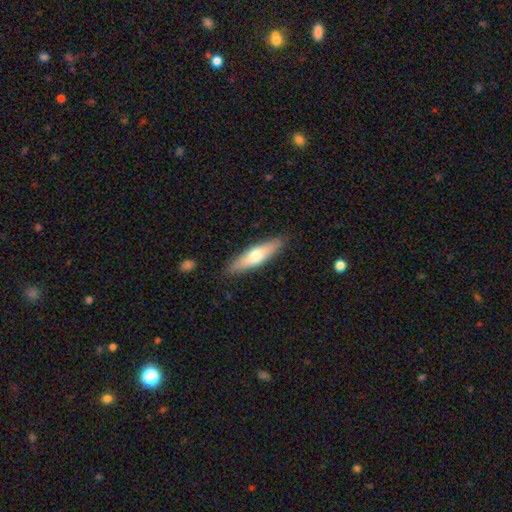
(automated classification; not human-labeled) smooth-or-featured: smooth: 56% | featured or disk: 39% | star or artifact: 5%
  how-rounded: cigar-shaped: 70% | in between: 28% | round: 2%
  merging: none: 88% | minor disturbance: 9% | major disturbance: 2% | merger: 1%